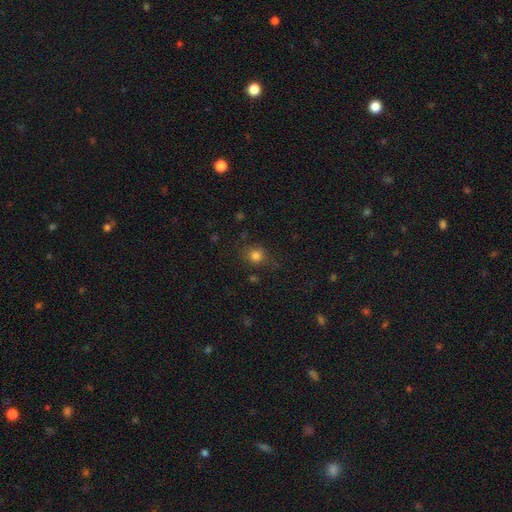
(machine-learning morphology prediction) Smooth or featured?
  - smooth: 80% *
  - star or artifact: 14%
  - featured or disk: 6%
How rounded?
  - round: 80% *
  - in between: 18%
  - cigar-shaped: 1%
Merging?
  - none: 77% *
  - minor disturbance: 15%
  - major disturbance: 5%
  - merger: 2%